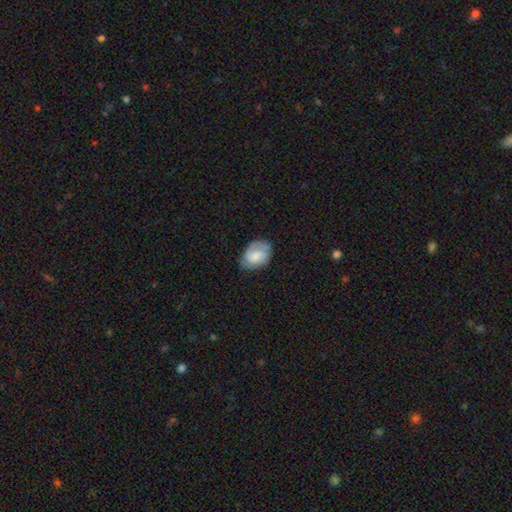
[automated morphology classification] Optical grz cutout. It shows a smooth galaxy with no disk features (55%) that is in between round and cigar-shaped (73%). Merging: none (64%).